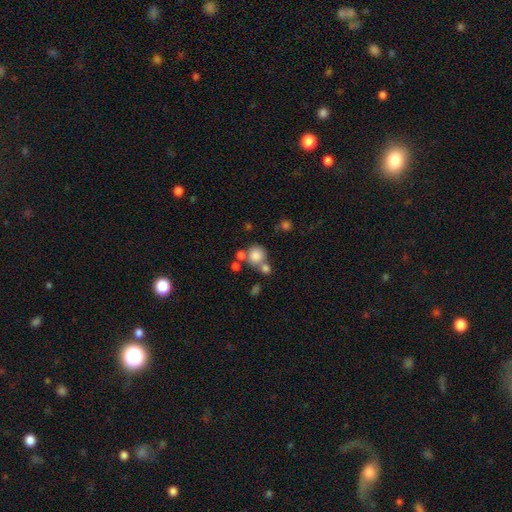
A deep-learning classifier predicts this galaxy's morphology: Smooth or featured? Predicted: smooth (p=0.79). How rounded? Predicted: round (p=0.87). Merging? Predicted: none (p=0.53).